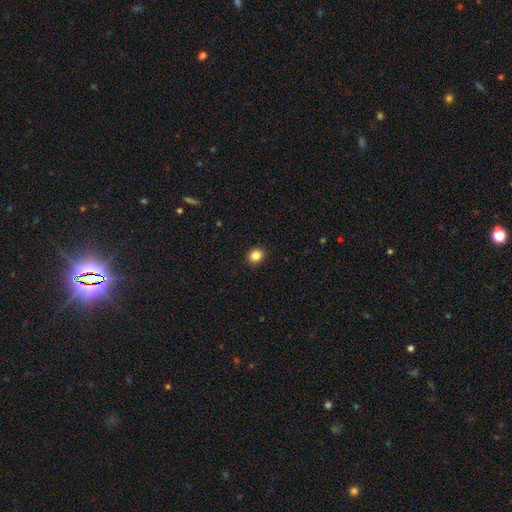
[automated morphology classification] smooth 85%, star or artifact 11%, featured or disk 4%. Down the decision tree: how rounded — round (81%); merging — none (92%).